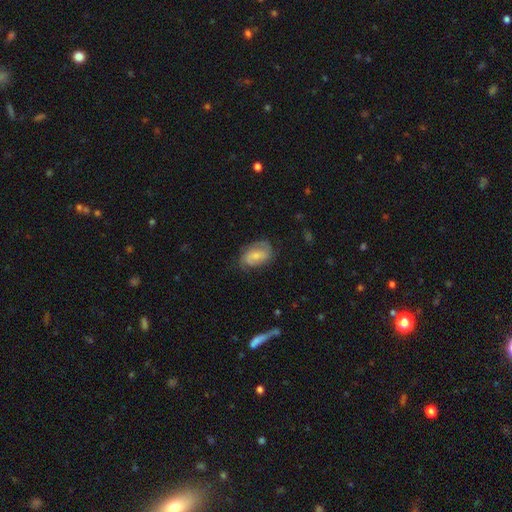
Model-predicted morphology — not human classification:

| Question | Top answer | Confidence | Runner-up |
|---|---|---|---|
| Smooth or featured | featured or disk | 47% | smooth (46%) |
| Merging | none | 64% | minor disturbance (25%) |